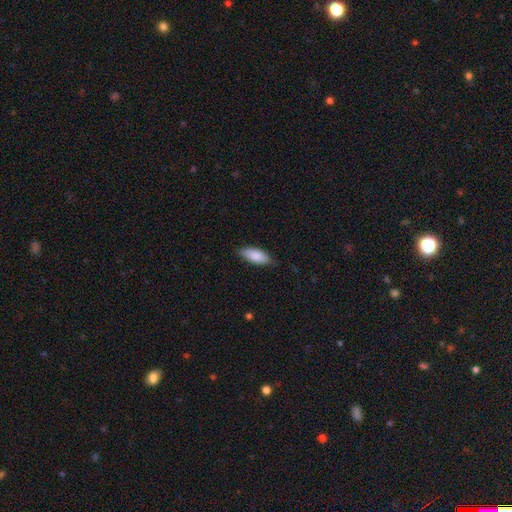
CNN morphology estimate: smooth-or-featured: smooth: 85% | featured or disk: 9% | star or artifact: 6%
  how-rounded: in between: 80% | cigar-shaped: 18% | round: 2%
  merging: none: 80% | minor disturbance: 16% | major disturbance: 3% | merger: 1%